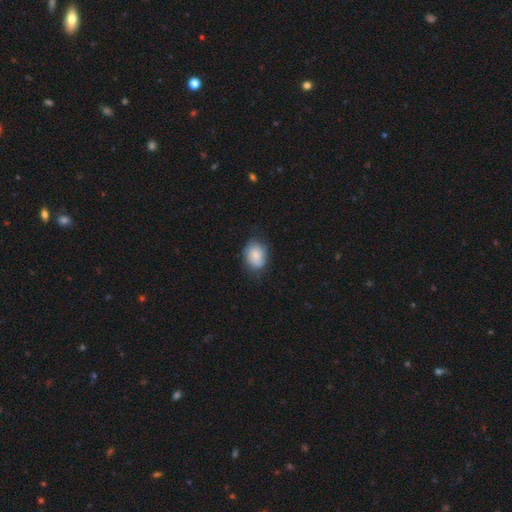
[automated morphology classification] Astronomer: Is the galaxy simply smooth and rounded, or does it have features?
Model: smooth — 79%.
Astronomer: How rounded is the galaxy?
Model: in between — 64%.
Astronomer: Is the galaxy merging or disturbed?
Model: none — 69%.